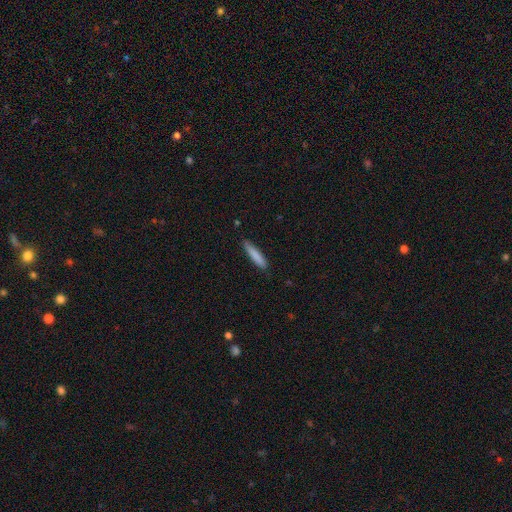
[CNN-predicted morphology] The model was most divided on "merging": none: 85%, minor disturbance: 12%, major disturbance: 2%, merger: 1%. More confident: how rounded — cigar-shaped (88%); smooth or featured — smooth (84%).